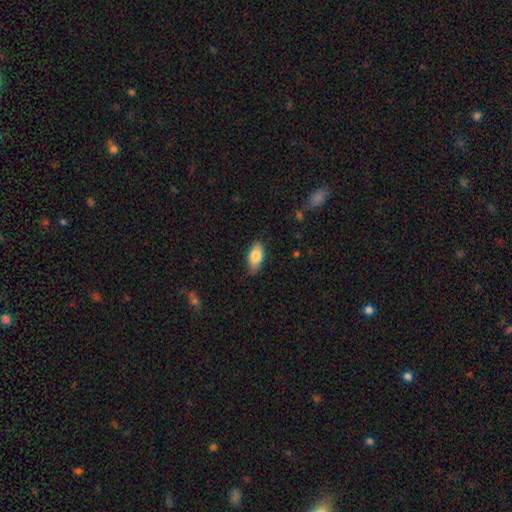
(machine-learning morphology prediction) A smooth galaxy with no disk features (82%) that is in between round and cigar-shaped (89%).

Vote fractions:
- Smooth or featured? smooth: 82% / featured or disk: 12% / star or artifact: 6%
- How rounded? in between: 89% / cigar-shaped: 8% / round: 3%
- Merging? none: 82% / minor disturbance: 15% / major disturbance: 3% / merger: 1%